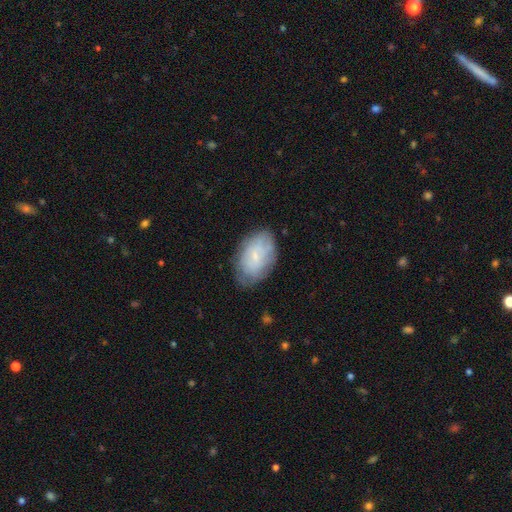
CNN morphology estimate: smooth_or_featured: smooth (p=0.52) [alt: featured or disk p=0.40]
how_rounded: in between (p=0.89) [alt: round p=0.10]
merging: none (p=0.72) [alt: minor disturbance p=0.21]